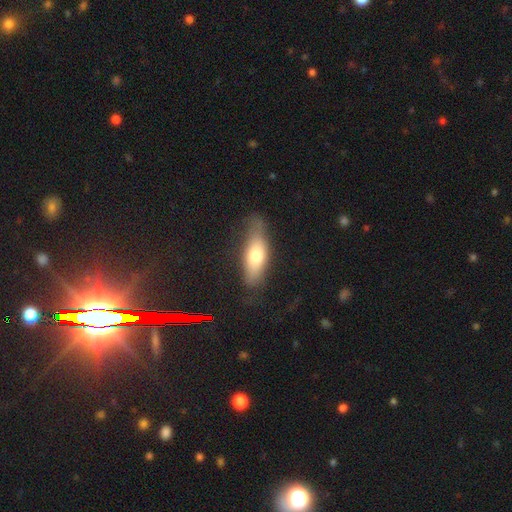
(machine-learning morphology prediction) smooth_or_featured: smooth (p=0.67) [alt: featured or disk p=0.26]
how_rounded: in between (p=0.58) [alt: cigar-shaped p=0.39]
merging: none (p=0.66) [alt: minor disturbance p=0.24]